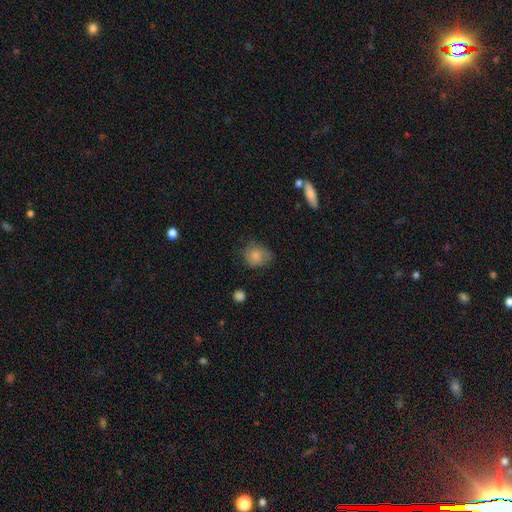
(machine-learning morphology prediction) This appears to be a smooth galaxy with no disk features (79%) that is round (68%). Merging: none (61%).